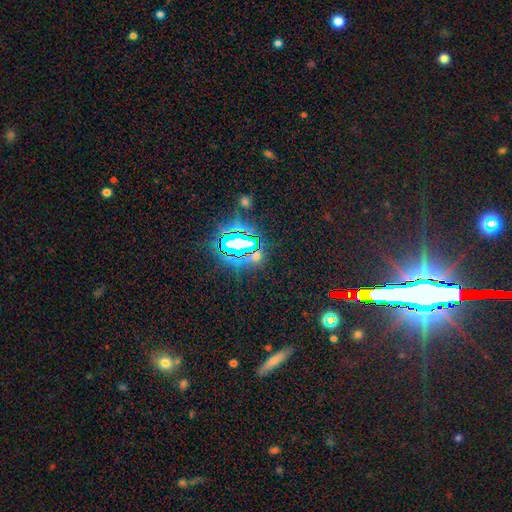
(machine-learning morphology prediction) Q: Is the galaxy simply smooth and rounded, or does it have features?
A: star or artifact — 72%.